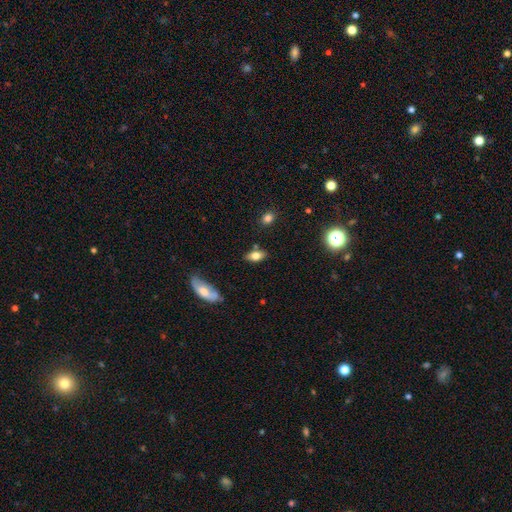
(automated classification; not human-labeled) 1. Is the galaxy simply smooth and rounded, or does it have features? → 69% smooth, 22% featured or disk, 9% star or artifact.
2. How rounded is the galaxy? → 82% in between, 13% cigar-shaped, 5% round.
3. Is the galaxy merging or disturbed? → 76% none, 15% minor disturbance, 6% merger, 4% major disturbance.